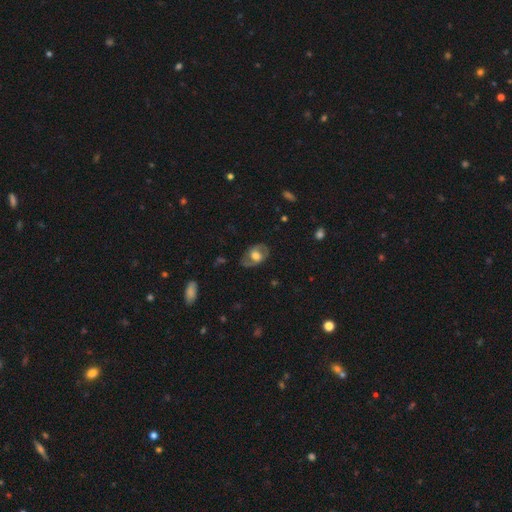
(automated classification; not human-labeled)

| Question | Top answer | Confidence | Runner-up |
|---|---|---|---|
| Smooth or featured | featured or disk | 52% | smooth (41%) |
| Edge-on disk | no | 91% | yes (9%) |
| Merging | none | 71% | minor disturbance (19%) |